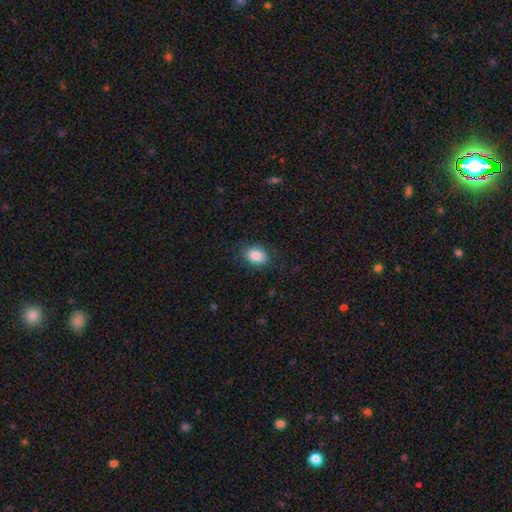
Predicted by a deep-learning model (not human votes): Smooth or featured?
  - smooth: 86% *
  - star or artifact: 8%
  - featured or disk: 7%
How rounded?
  - in between: 75% *
  - round: 24%
  - cigar-shaped: 1%
Merging?
  - none: 80% *
  - minor disturbance: 14%
  - major disturbance: 5%
  - merger: 1%